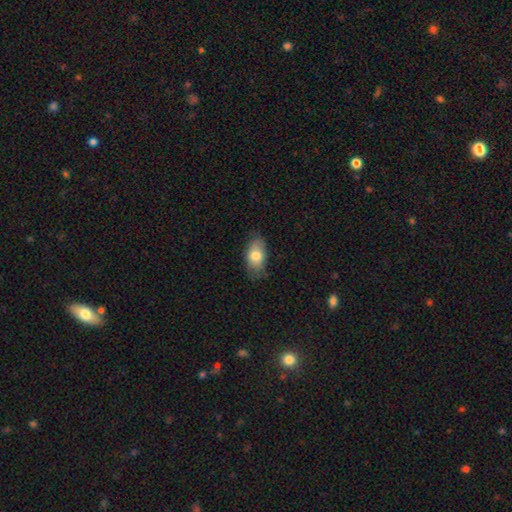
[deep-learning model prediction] Overall: smooth (77%). How rounded: in between (92%). Merging: none (75%).